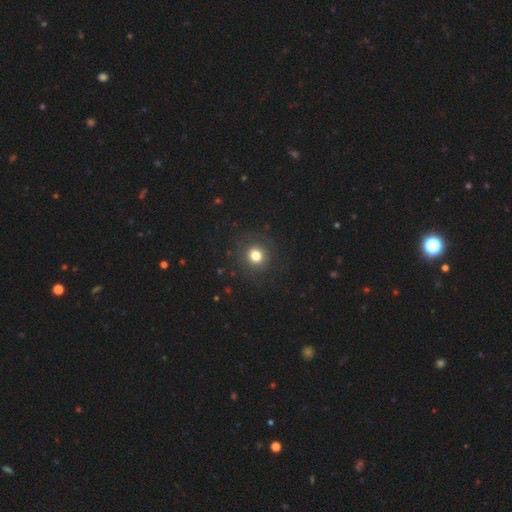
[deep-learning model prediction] Smooth or featured? Predicted: smooth (p=0.78). How rounded? Predicted: round (p=0.88). Merging? Predicted: none (p=0.88).